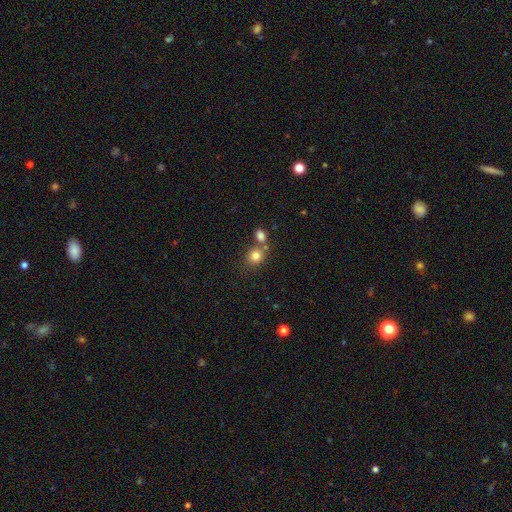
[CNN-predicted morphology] Q: Smooth or featured?
A: smooth (80%); runner-up: star or artifact (12%)
Q: How rounded?
A: round (74%); runner-up: in between (25%)
Q: Merging?
A: none (56%); runner-up: merger (32%)